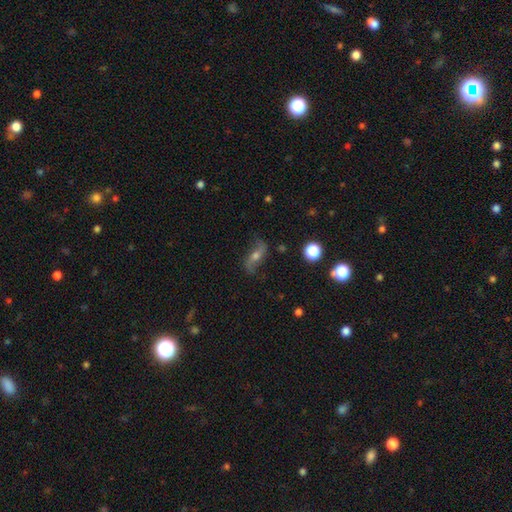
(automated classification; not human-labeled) Smooth or featured? featured or disk (74%)
Edge-on disk? no (88%)
Bar? no (50%)
Spiral arms? yes (92%)
Spiral winding? loose (81%)
Spiral arm count? 2 (92%)
Bulge size? moderate (59%)
Merging? none (78%)